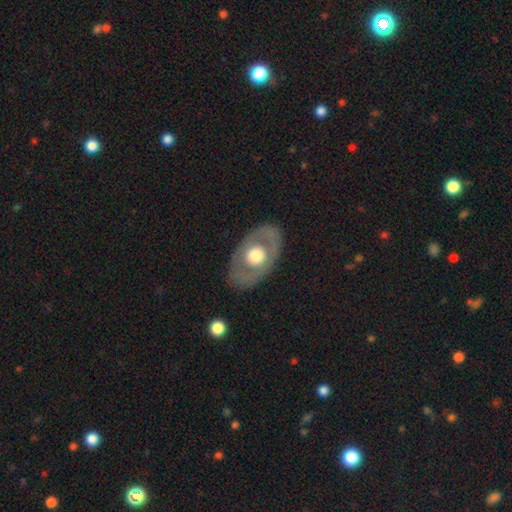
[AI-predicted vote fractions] Smooth or featured?
  - featured or disk: 51% *
  - smooth: 44%
  - star or artifact: 5%
Edge-on disk?
  - no: 89% *
  - yes: 11%
Merging?
  - none: 82% *
  - minor disturbance: 11%
  - major disturbance: 6%
  - merger: 1%